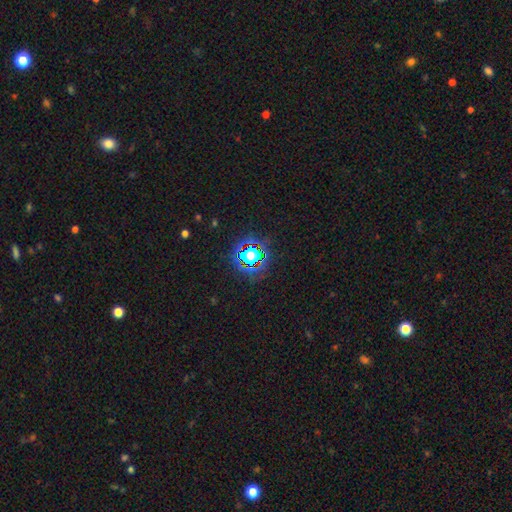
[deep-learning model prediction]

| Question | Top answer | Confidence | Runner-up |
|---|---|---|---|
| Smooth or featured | star or artifact | 77% | smooth (15%) |